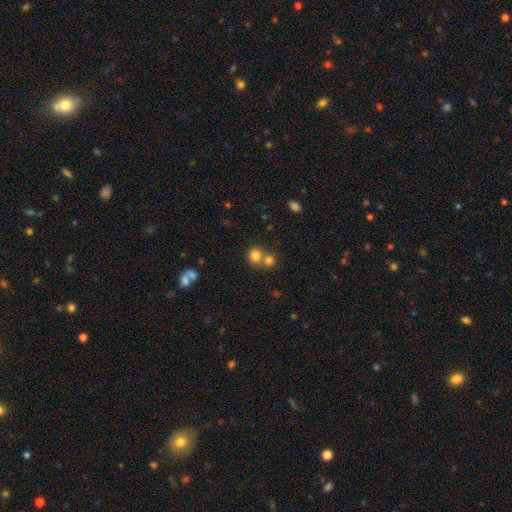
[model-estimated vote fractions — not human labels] A smooth galaxy with no disk features (80%) that is round (80%). Merging: none (48%).